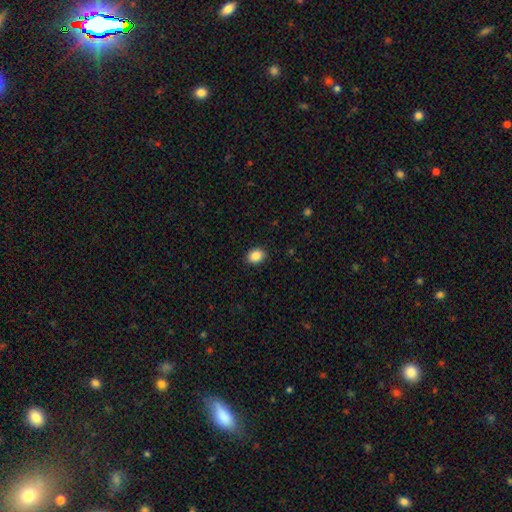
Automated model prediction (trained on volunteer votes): Overall: smooth (88%). How rounded: in between (61%; round 38%). Merging: none (90%).